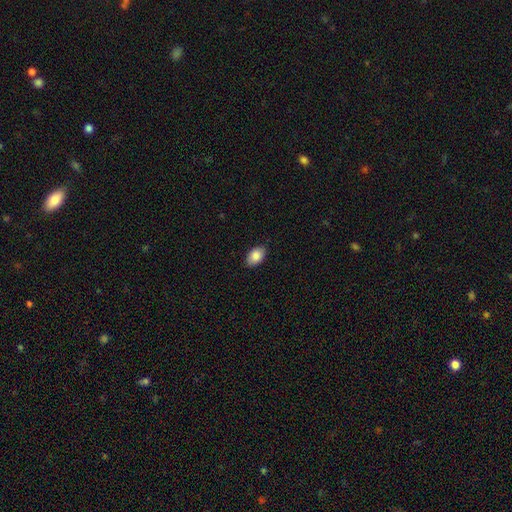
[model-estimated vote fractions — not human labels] Q: Smooth or featured?
A: smooth (87%); runner-up: star or artifact (7%)
Q: How rounded?
A: in between (92%); runner-up: round (7%)
Q: Merging?
A: none (87%); runner-up: minor disturbance (10%)